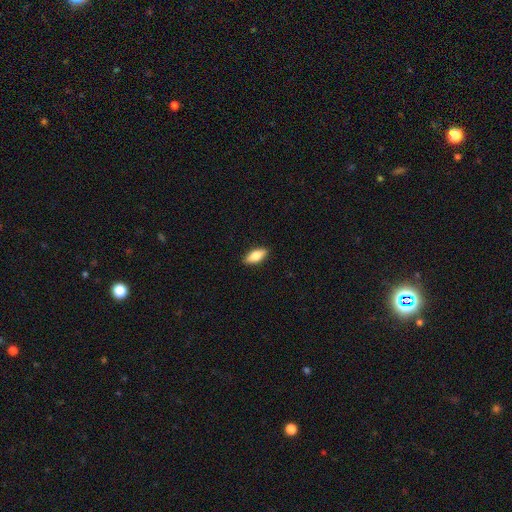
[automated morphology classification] smooth_or_featured: smooth (p=0.78) [alt: featured or disk p=0.15]
how_rounded: in between (p=0.82) [alt: cigar-shaped p=0.15]
merging: none (p=0.89) [alt: minor disturbance p=0.08]